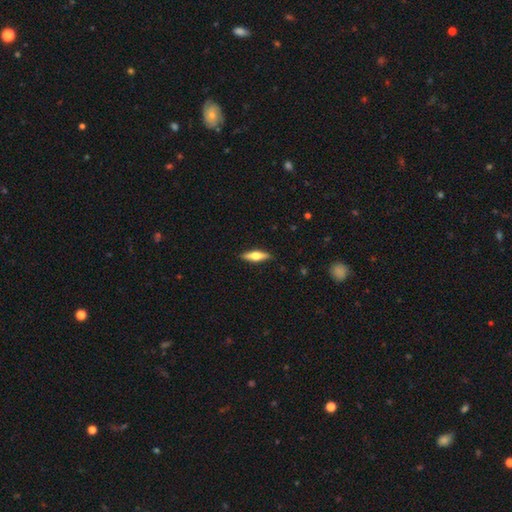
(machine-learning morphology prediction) smooth_or_featured: featured or disk (p=0.49) [alt: smooth p=0.45]
merging: none (p=0.88) [alt: minor disturbance p=0.09]